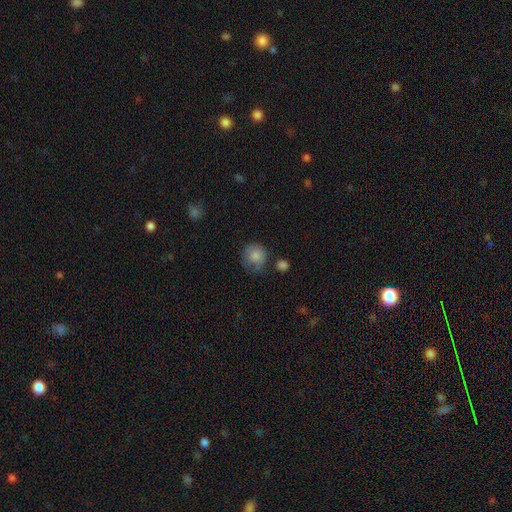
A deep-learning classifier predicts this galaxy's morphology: smooth 81%, featured or disk 10%, star or artifact 8%. Down the decision tree: how rounded — round (85%); merging — none (58%).